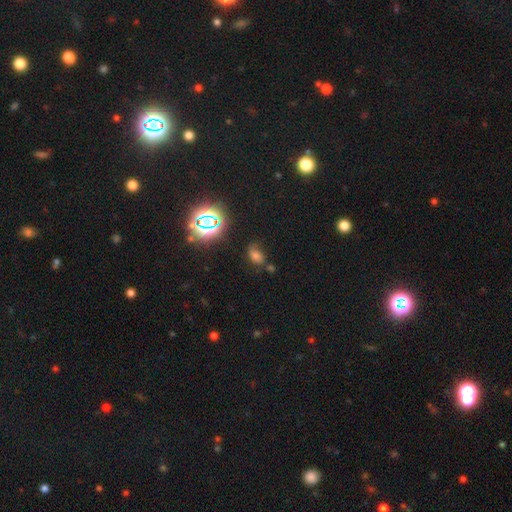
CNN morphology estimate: Smooth or featured?
  - smooth: 56% *
  - star or artifact: 31%
  - featured or disk: 13%
How rounded?
  - in between: 82% *
  - round: 16%
  - cigar-shaped: 2%
Merging?
  - none: 56% *
  - minor disturbance: 25%
  - major disturbance: 10%
  - merger: 9%